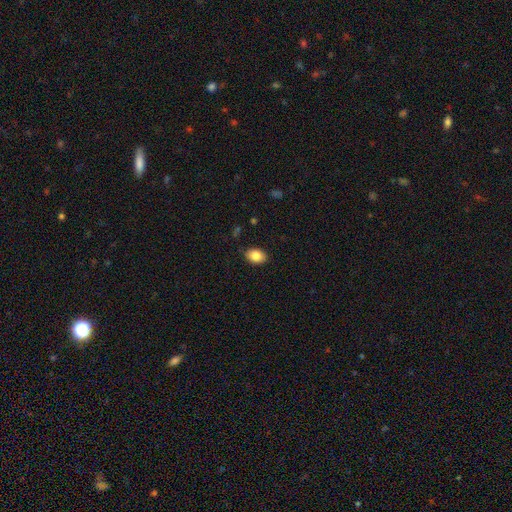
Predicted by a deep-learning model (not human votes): smooth 84%, star or artifact 8%, featured or disk 8%. Down the decision tree: how rounded — in between (78%); merging — none (87%).